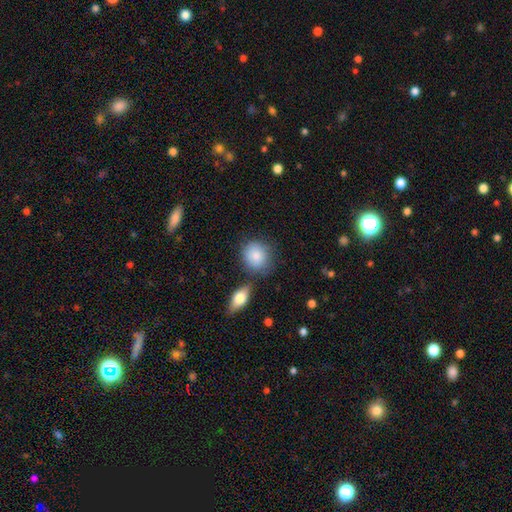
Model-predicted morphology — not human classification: smooth-or-featured: smooth: 85% | featured or disk: 9% | star or artifact: 7%
  how-rounded: round: 73% | in between: 25% | cigar-shaped: 2%
  merging: none: 68% | minor disturbance: 16% | merger: 12% | major disturbance: 5%